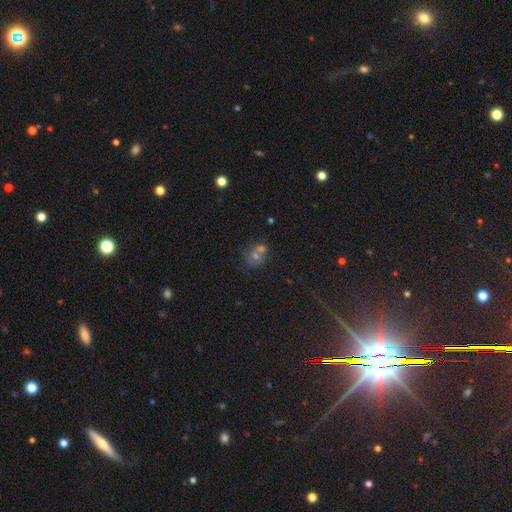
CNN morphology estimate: type=smooth (49%); merging=none (48%).